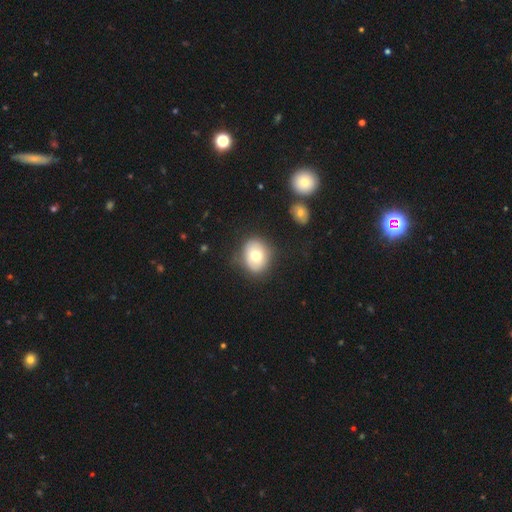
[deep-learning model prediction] This is likely a smooth galaxy (69%). How rounded: possibly round (57%). Merging: likely none (79%).